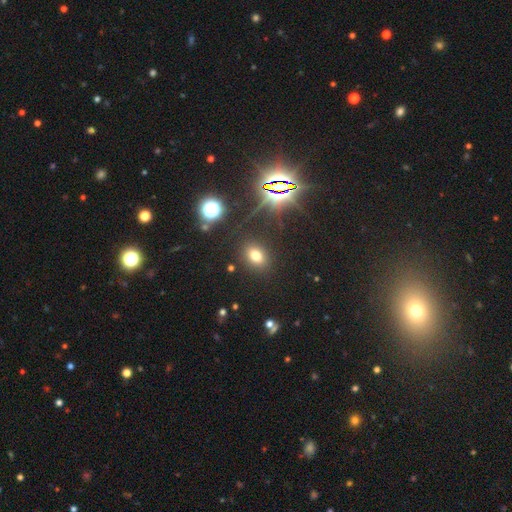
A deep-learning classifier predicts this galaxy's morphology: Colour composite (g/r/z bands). It shows a smooth galaxy with no disk features (66%) that is in between round and cigar-shaped (64%). Merging: none (87%).